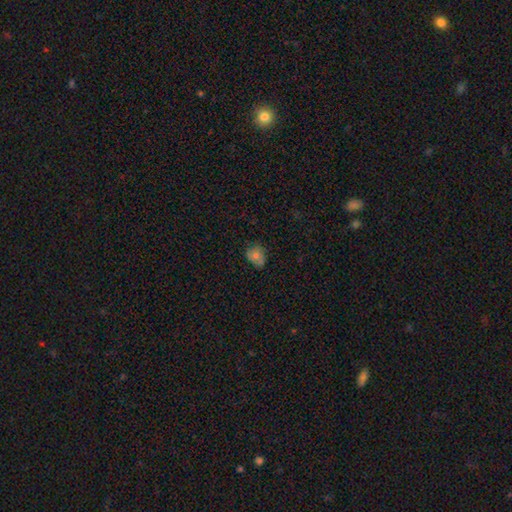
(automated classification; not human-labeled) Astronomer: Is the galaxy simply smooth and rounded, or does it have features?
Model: smooth — 68%.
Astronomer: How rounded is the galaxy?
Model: round — 55% (runner-up: in between, 44%).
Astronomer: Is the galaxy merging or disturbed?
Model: none — 65%.